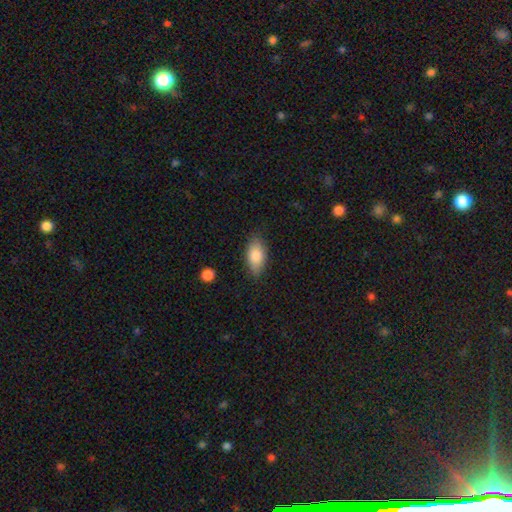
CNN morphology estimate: smooth_or_featured: smooth (p=0.81) [alt: featured or disk p=0.13]
how_rounded: in between (p=0.89) [alt: cigar-shaped p=0.07]
merging: none (p=0.81) [alt: minor disturbance p=0.15]